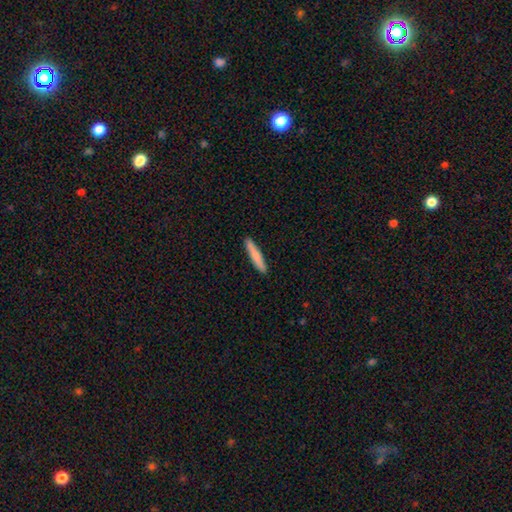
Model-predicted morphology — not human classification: This appears to be a smooth galaxy with no disk features (79%) that is cigar-shaped (93%). Merging: none (90%).